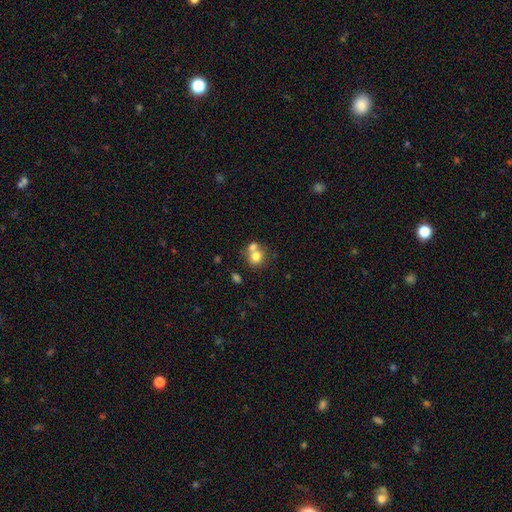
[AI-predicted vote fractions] A smooth galaxy with no disk features (75%) that is round (77%).

Vote fractions:
- Smooth or featured? smooth: 75% / featured or disk: 15% / star or artifact: 11%
- How rounded? round: 77% / in between: 22% / cigar-shaped: 1%
- Merging? merger: 46% / none: 42% / minor disturbance: 8% / major disturbance: 3%